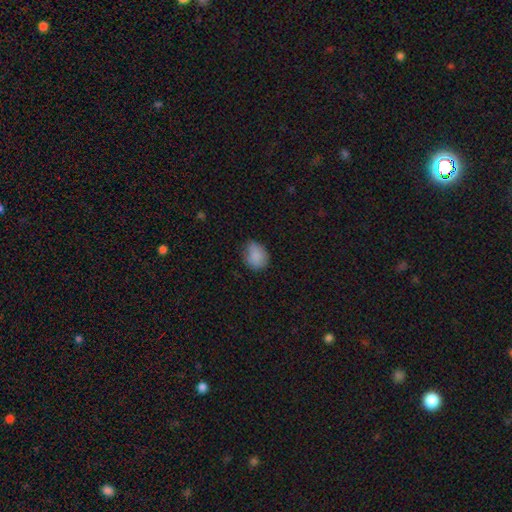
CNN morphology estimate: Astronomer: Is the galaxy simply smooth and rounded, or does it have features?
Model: smooth — 86%.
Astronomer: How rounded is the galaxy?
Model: in between — 54% (runner-up: round, 45%).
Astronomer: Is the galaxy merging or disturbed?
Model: none — 64%.